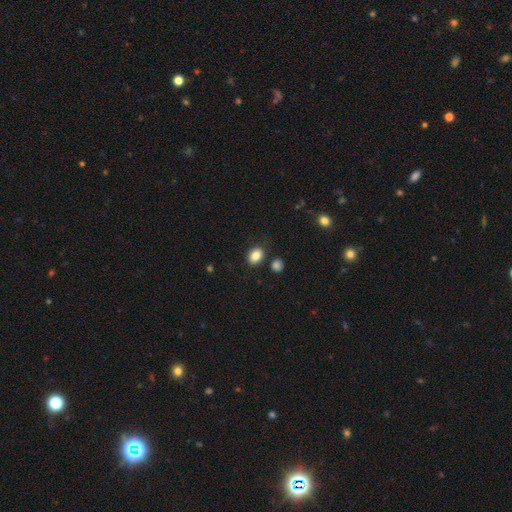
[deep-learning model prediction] This is clearly a smooth galaxy (85%). How rounded: likely in between (70%). Merging: likely none (79%).